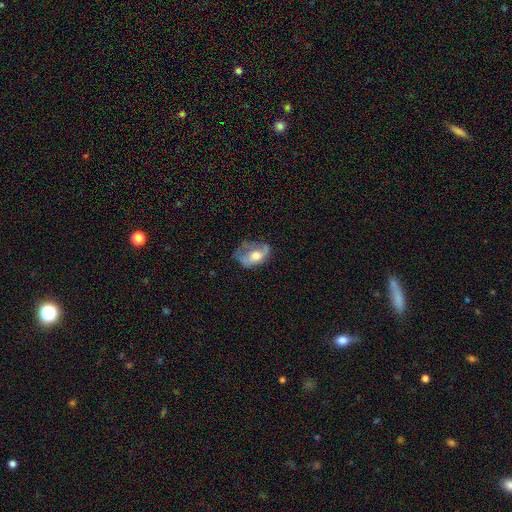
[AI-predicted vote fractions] Smooth or featured: smooth — 49% (featured or disk — 43%)
Merging: major disturbance — 34% (none — 32%)